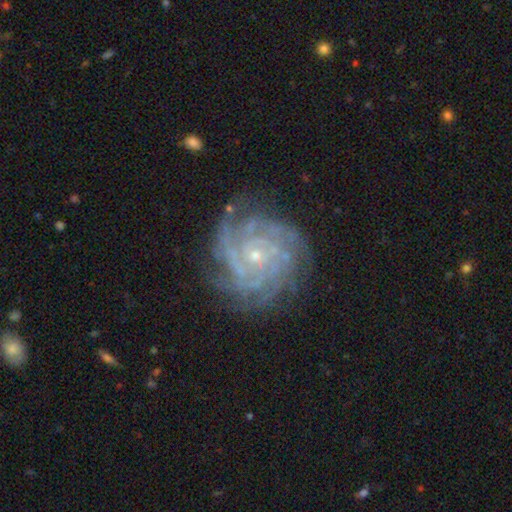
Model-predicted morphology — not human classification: smooth_or_featured: featured or disk (p=0.88) [alt: star or artifact p=0.07]
disk_edge_on: no (p=0.98) [alt: yes p=0.02]
bar: no (p=0.76) [alt: weak p=0.19]
has_spiral_arms: yes (p=0.97) [alt: no p=0.03]
spiral_winding: tight (p=0.77) [alt: medium p=0.20]
spiral_arm_count: 4 (p=0.27) [alt: can't tell p=0.24]
bulge_size: small (p=0.80) [alt: moderate p=0.16]
merging: none (p=0.76) [alt: minor disturbance p=0.16]